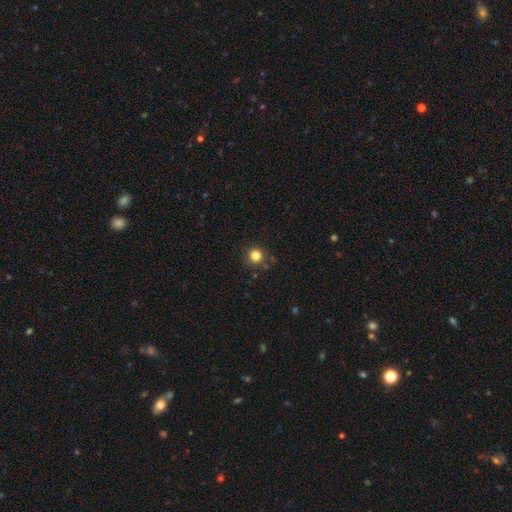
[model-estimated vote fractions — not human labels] Q: Smooth or featured?
A: smooth (83%); runner-up: star or artifact (12%)
Q: How rounded?
A: round (94%); runner-up: in between (5%)
Q: Merging?
A: none (85%); runner-up: minor disturbance (9%)